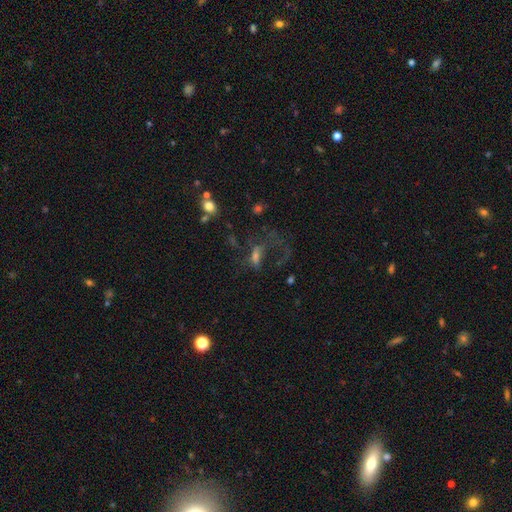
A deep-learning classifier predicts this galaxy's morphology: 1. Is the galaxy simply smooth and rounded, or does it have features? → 46% featured or disk, 28% smooth, 25% star or artifact.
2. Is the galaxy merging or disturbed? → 53% major disturbance, 28% none, 12% minor disturbance, 8% merger.